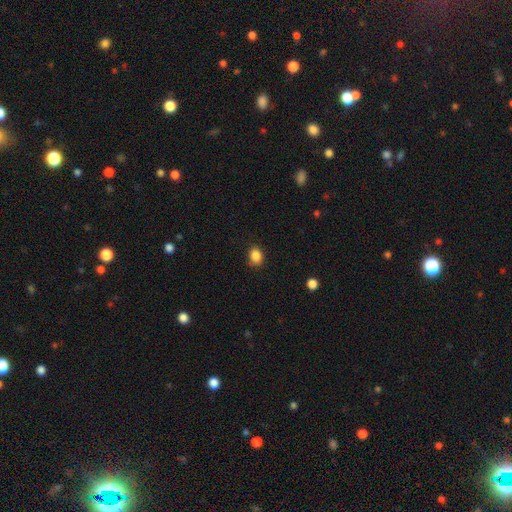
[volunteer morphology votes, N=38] This appears to be a smooth galaxy with no disk features (89%) that is in between round and cigar-shaped (68%). Merging: none (83%).